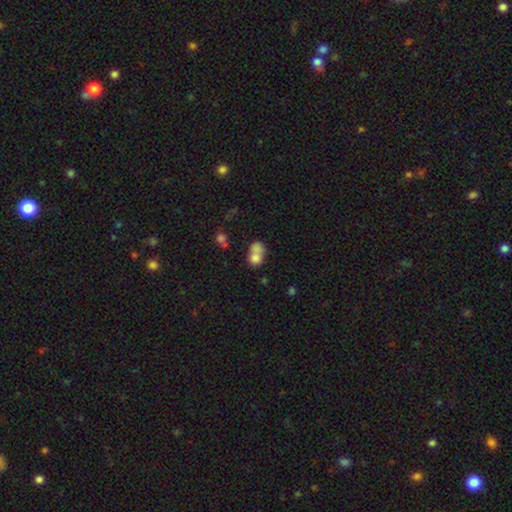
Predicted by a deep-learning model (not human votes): Smooth or featured?
  - smooth: 74% *
  - featured or disk: 15%
  - star or artifact: 10%
How rounded?
  - round: 56% *
  - in between: 43%
  - cigar-shaped: 1%
Merging?
  - merger: 64% *
  - none: 23%
  - minor disturbance: 8%
  - major disturbance: 5%